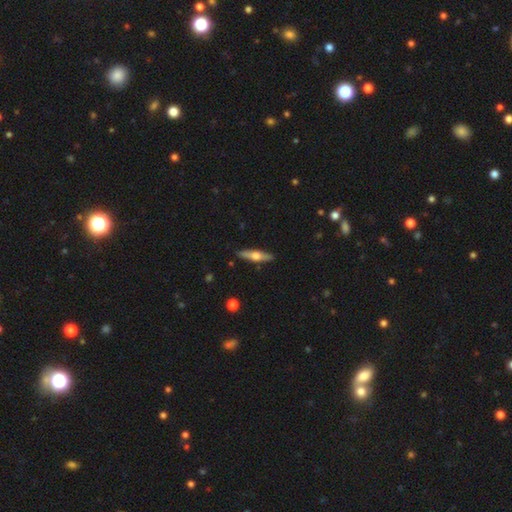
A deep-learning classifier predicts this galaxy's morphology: Overall: featured or disk (53%; smooth 42%). Edge-on disk: yes (93%). Merging: none (89%).